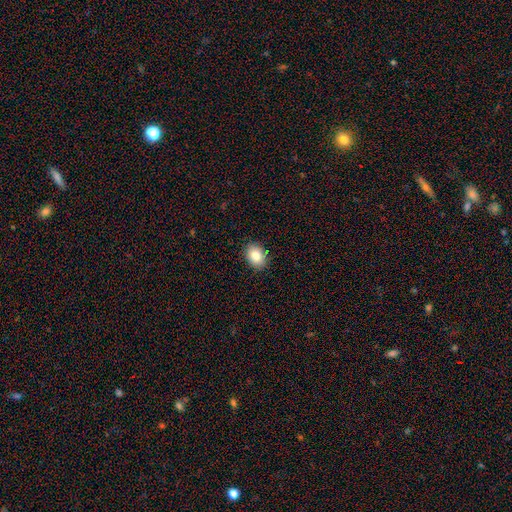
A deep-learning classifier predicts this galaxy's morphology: type=smooth (83%); roundness=in between (72%); merging=none (89%).